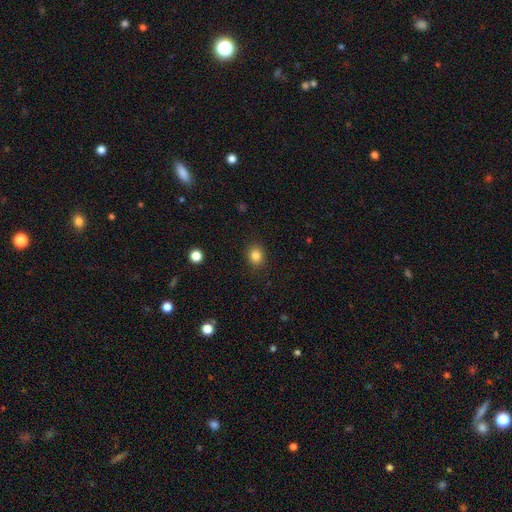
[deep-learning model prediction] smooth_or_featured: smooth (p=0.83) [alt: star or artifact p=0.11]
how_rounded: round (p=0.69) [alt: in between p=0.31]
merging: none (p=0.89) [alt: minor disturbance p=0.08]